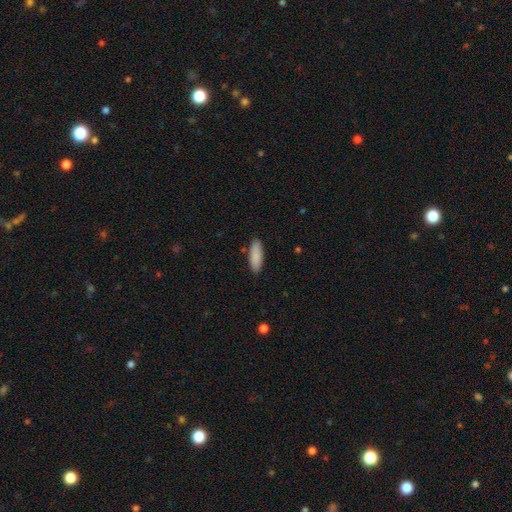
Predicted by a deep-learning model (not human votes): Smooth or featured: smooth — 88% (featured or disk — 6%)
How rounded: in between — 56% (cigar-shaped — 43%)
Merging: none — 87% (minor disturbance — 9%)